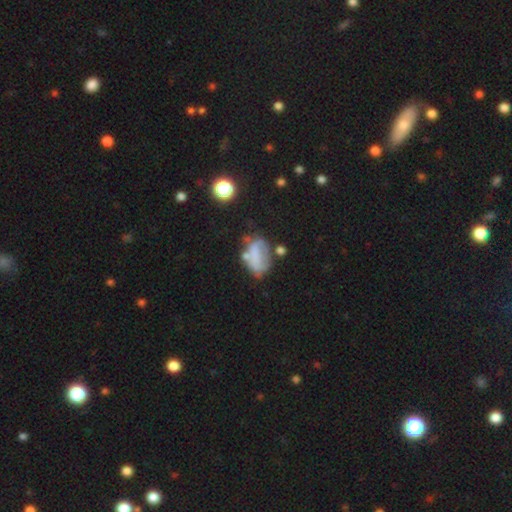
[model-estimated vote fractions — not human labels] Smooth or featured? Predicted: smooth (p=0.50). How rounded? Predicted: in between (p=0.83). Merging? Predicted: none (p=0.35).